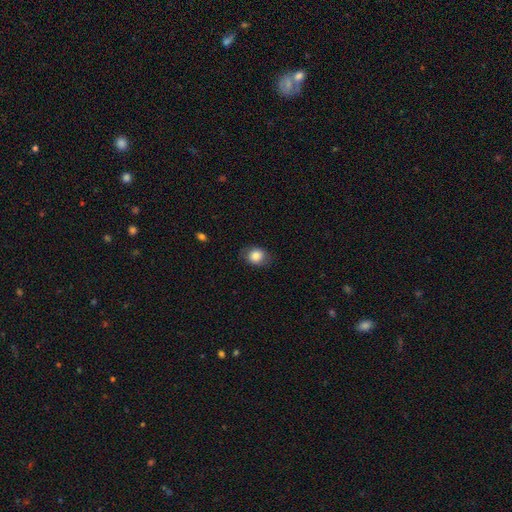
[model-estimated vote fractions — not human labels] smooth 83%, featured or disk 9%, star or artifact 8%. Down the decision tree: how rounded — round (54%); merging — none (79%).